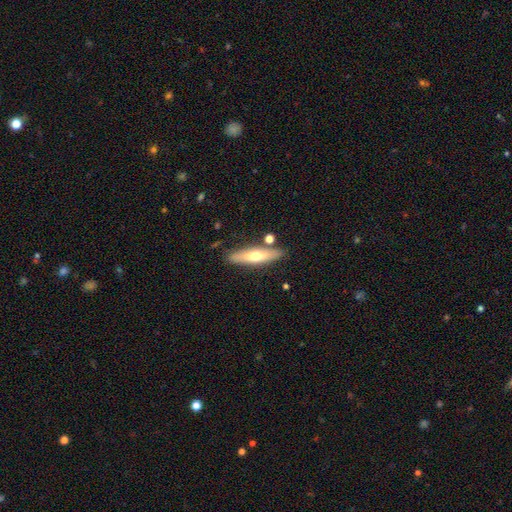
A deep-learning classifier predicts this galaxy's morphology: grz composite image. It shows a smooth galaxy with no disk features (52%) that is cigar-shaped (77%). Merging: none (82%).